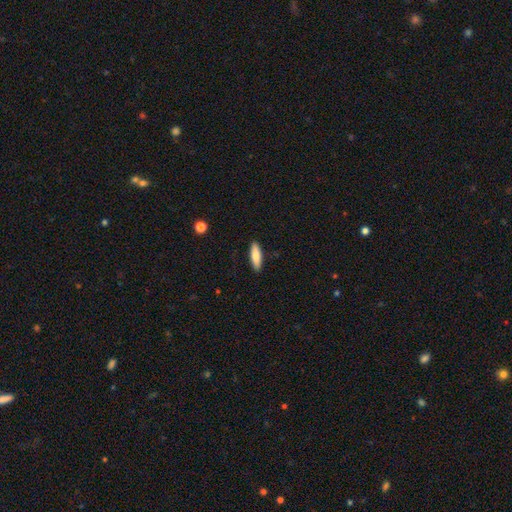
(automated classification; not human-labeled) Smooth or featured: smooth — 81% (featured or disk — 13%)
How rounded: cigar-shaped — 57% (in between — 41%)
Merging: none — 90% (minor disturbance — 8%)